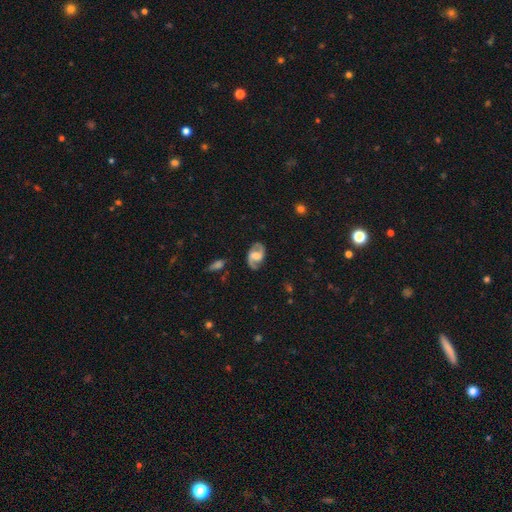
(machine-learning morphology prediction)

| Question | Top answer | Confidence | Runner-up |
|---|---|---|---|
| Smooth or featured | featured or disk | 83% | smooth (12%) |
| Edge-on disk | no | 97% | yes (3%) |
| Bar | weak | 46% | no (38%) |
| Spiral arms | yes | 95% | no (5%) |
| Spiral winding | medium | 52% | loose (30%) |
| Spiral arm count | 2 | 92% | can't tell (3%) |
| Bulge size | moderate | 48% | large (24%) |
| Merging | none | 82% | minor disturbance (13%) |